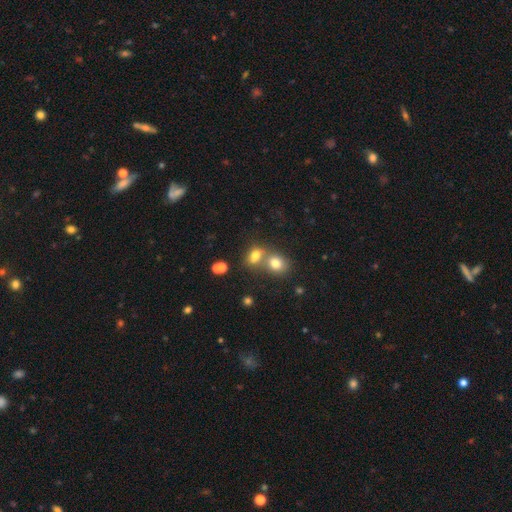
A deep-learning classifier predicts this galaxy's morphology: This appears to be a smooth galaxy with no disk features (74%) that is in between round and cigar-shaped (62%). Merging: merger (50%).